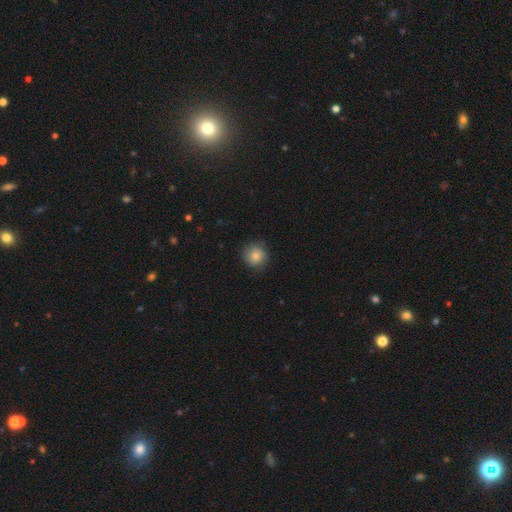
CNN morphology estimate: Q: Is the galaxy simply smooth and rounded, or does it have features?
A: smooth — 83%.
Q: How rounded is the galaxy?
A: round — 91%.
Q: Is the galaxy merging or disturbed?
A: none — 82%.